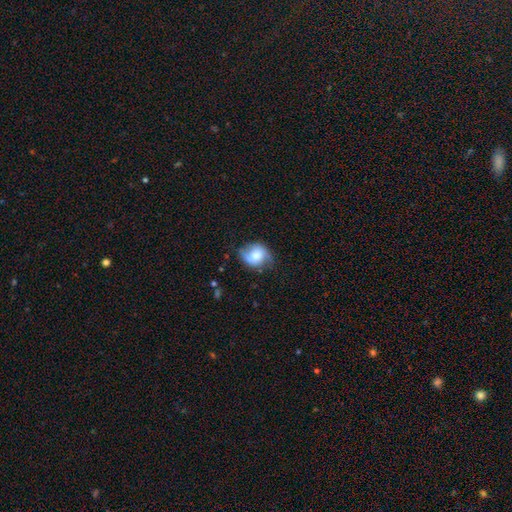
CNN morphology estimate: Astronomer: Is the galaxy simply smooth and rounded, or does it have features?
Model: smooth — 58% (runner-up: featured or disk, 33%).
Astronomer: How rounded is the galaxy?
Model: round — 61% (runner-up: in between, 38%).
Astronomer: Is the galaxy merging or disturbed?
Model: none — 56% (runner-up: minor disturbance, 31%).